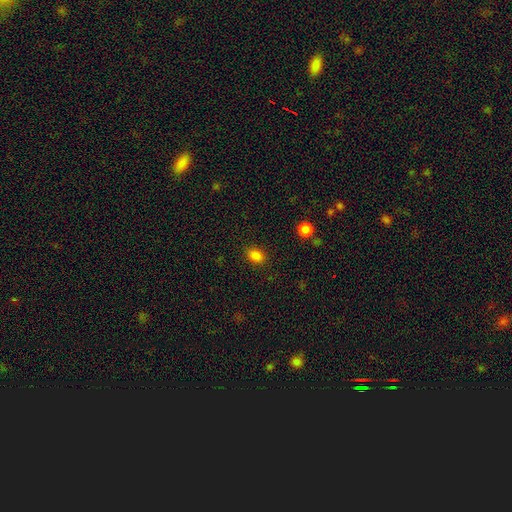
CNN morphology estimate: The model was most divided on "how rounded": in between: 71%, round: 27%, cigar-shaped: 1%. More confident: merging — none (87%); smooth or featured — smooth (85%).